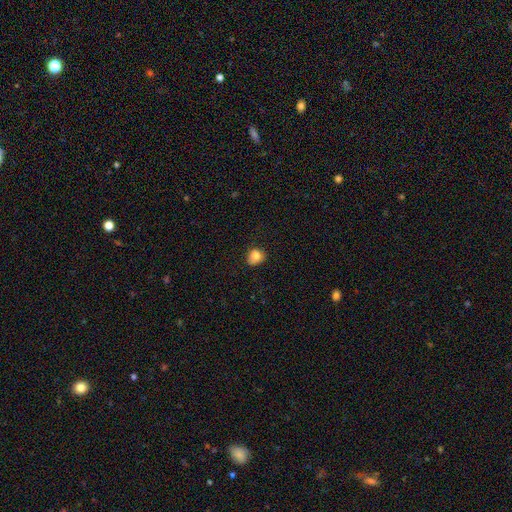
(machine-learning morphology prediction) Q: Smooth or featured?
A: smooth (81%); runner-up: star or artifact (10%)
Q: How rounded?
A: round (66%); runner-up: in between (33%)
Q: Merging?
A: none (63%); runner-up: minor disturbance (28%)